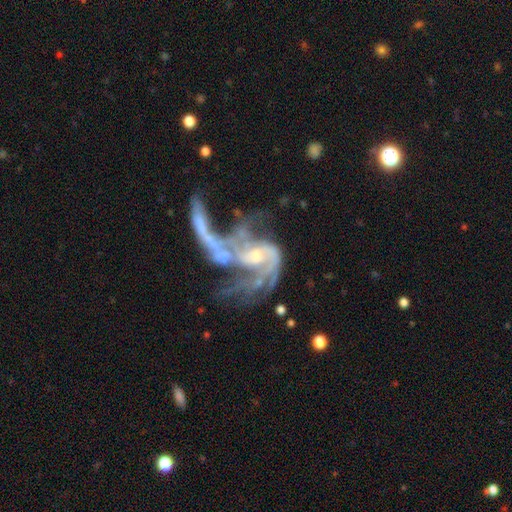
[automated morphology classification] type=featured or disk (85%); edge-on=no (97%); bar=no (58%); spiral arms=yes (87%); winding=loose (49%); arm count=2 (44%); bulge=small (46%); merging=merger (38%).